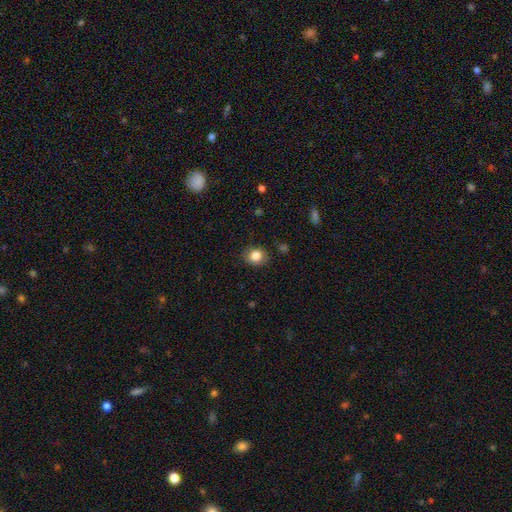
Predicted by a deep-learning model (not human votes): Smooth or featured? Predicted: smooth (p=0.83). How rounded? Predicted: round (p=0.69). Merging? Predicted: none (p=0.85).